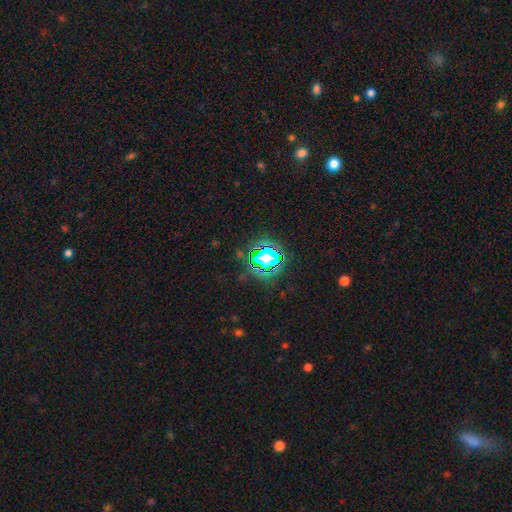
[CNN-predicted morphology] A star or artifact, not a galaxy (82%).